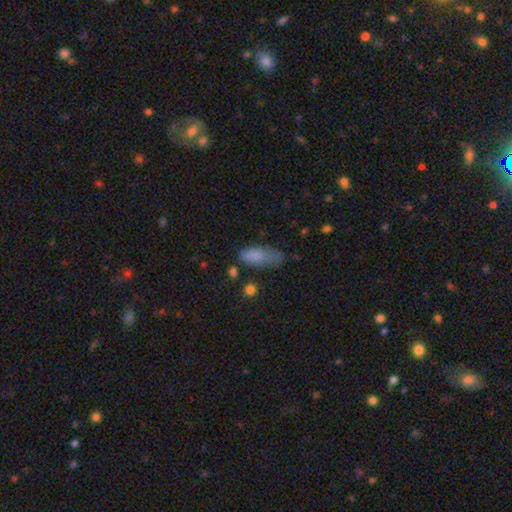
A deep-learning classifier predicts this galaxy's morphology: This is likely a smooth galaxy (79%). How rounded: likely in between (74%). Merging: marginally none (41%).